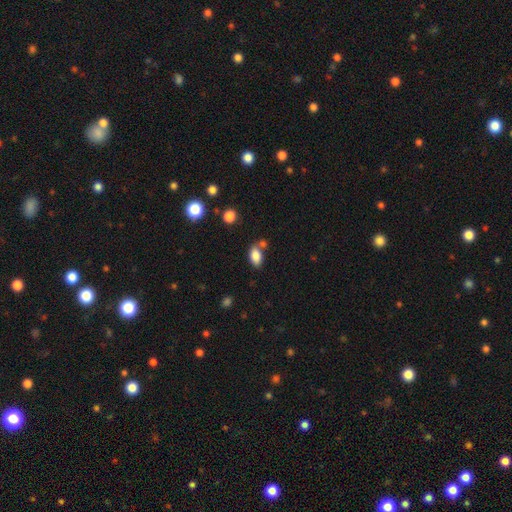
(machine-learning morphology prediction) Smooth or featured? Predicted: smooth (p=0.84). How rounded? Predicted: in between (p=0.90). Merging? Predicted: none (p=0.60).